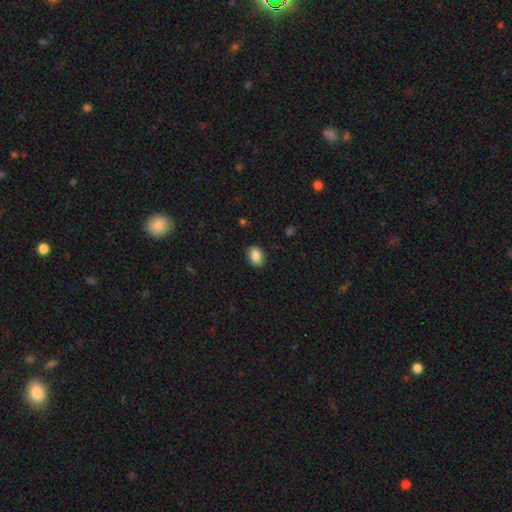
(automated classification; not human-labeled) Q: Smooth or featured?
A: smooth (86%); runner-up: star or artifact (8%)
Q: How rounded?
A: in between (72%); runner-up: round (27%)
Q: Merging?
A: none (87%); runner-up: minor disturbance (10%)